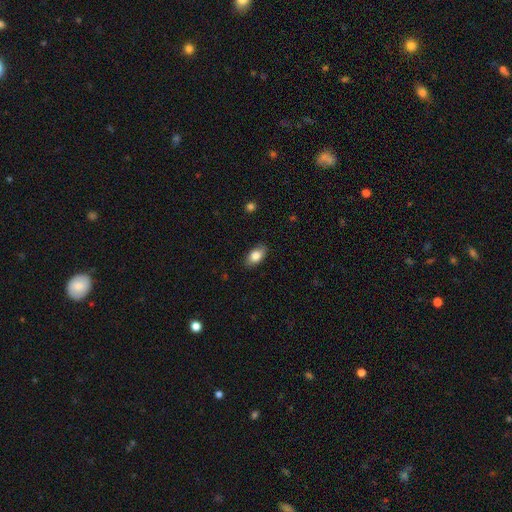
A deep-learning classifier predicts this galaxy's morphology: Smooth or featured? smooth (83%)
How rounded? in between (91%)
Merging? none (85%)